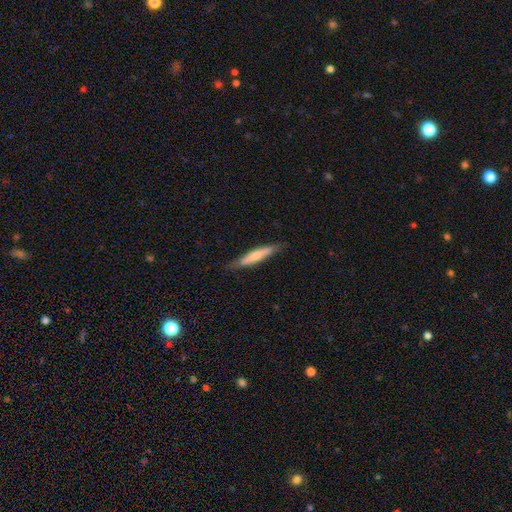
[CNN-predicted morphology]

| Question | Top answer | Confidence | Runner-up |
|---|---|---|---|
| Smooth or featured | smooth | 52% | featured or disk (43%) |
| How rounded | cigar-shaped | 87% | in between (11%) |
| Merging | none | 84% | minor disturbance (13%) |